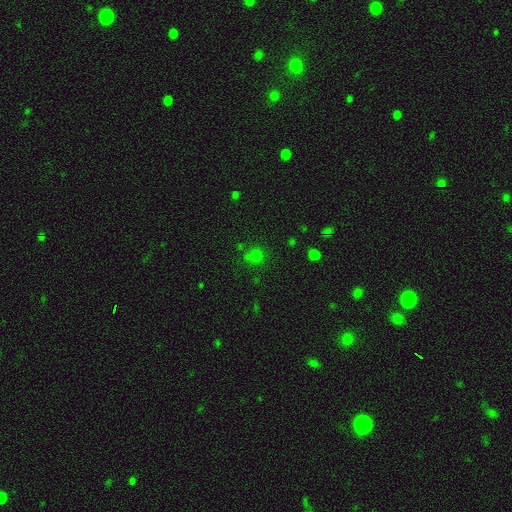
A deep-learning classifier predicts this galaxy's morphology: Overall: smooth (67%; star or artifact 27%). How rounded: round (88%). Merging: none (72%).